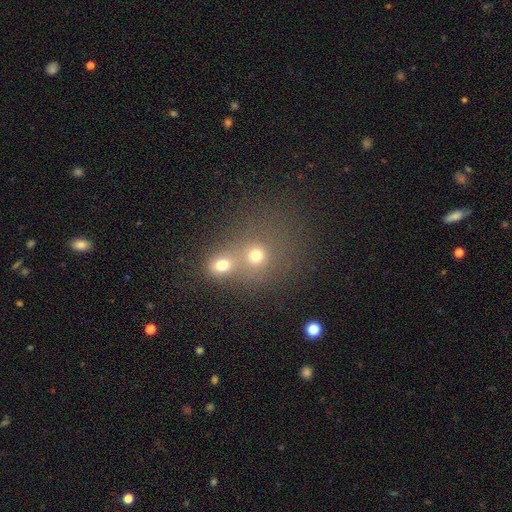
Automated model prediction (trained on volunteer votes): Morphology: type=smooth (70%); roundness=round (79%); merging=merger (52%).